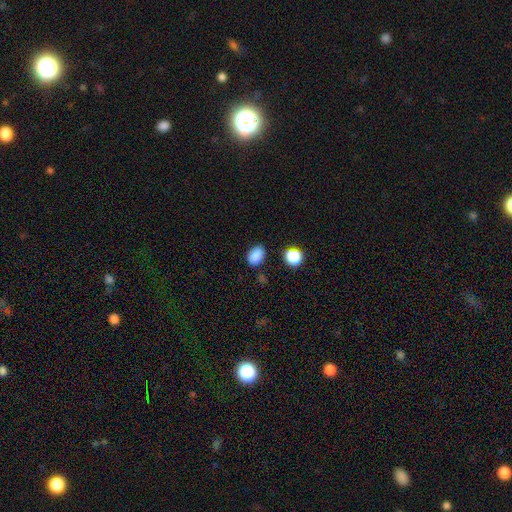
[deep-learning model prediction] Smooth or featured: smooth — 86% (star or artifact — 10%)
How rounded: in between — 77% (round — 22%)
Merging: none — 78% (minor disturbance — 16%)